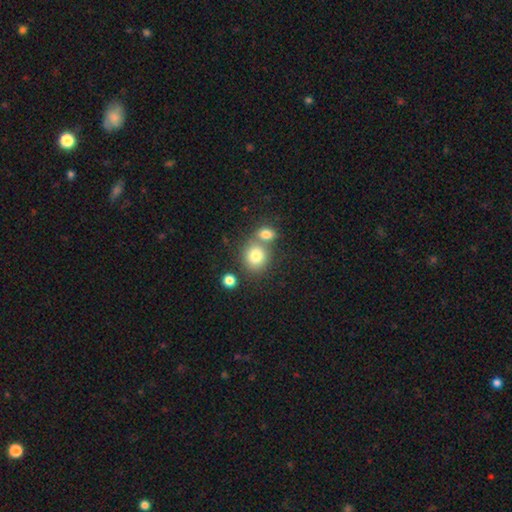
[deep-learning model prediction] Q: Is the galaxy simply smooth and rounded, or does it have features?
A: smooth — 80%.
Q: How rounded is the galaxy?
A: round — 75%.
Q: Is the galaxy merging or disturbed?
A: none — 51%.